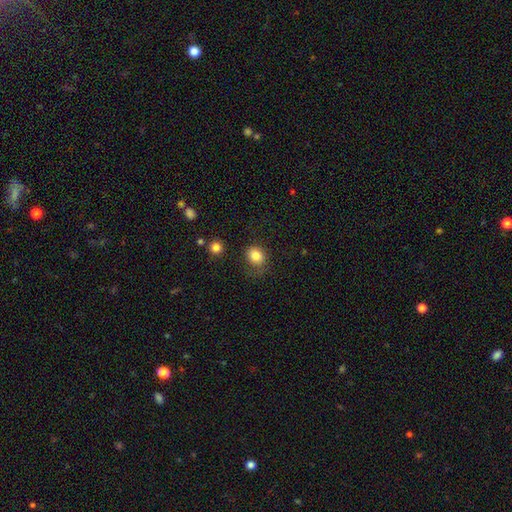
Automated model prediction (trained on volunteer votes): The model was most divided on "how rounded": round: 64%, in between: 35%, cigar-shaped: 1%. More confident: smooth or featured — smooth (82%); merging — none (67%).